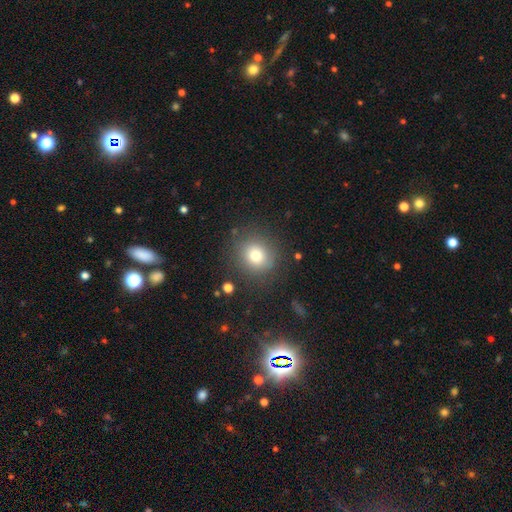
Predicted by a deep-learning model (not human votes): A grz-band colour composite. It shows a smooth galaxy with no disk features (76%) that is round (85%). Merging: none (83%).